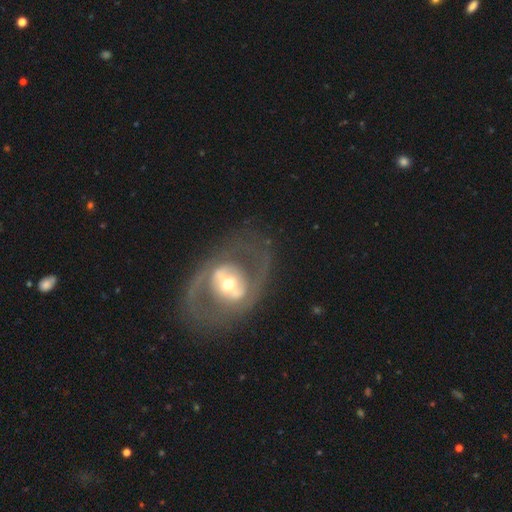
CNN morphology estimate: type=featured or disk (80%); edge-on=no (95%); bar=weak (39%); spiral arms=yes (78%); winding=medium (51%); arm count=2 (87%); bulge=moderate (58%); merging=none (76%).